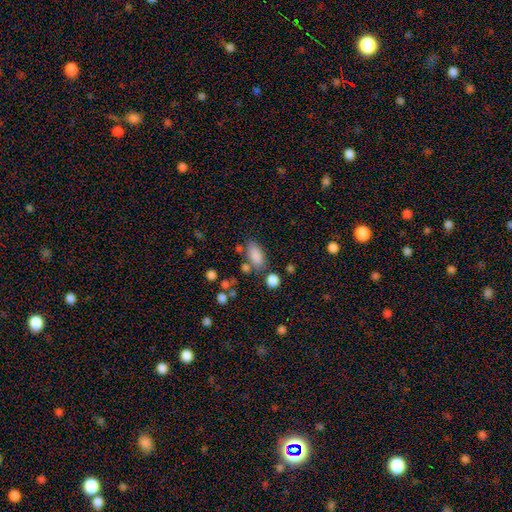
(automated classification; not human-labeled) Morphology: type=smooth (85%); roundness=in between (87%); merging=none (68%).